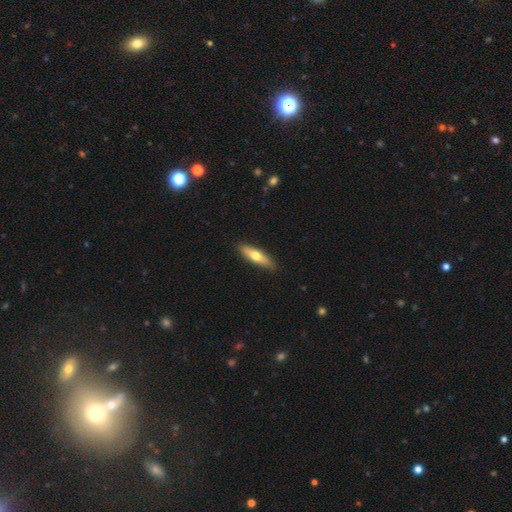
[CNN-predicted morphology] type=smooth (60%); roundness=cigar-shaped (61%); merging=none (88%).